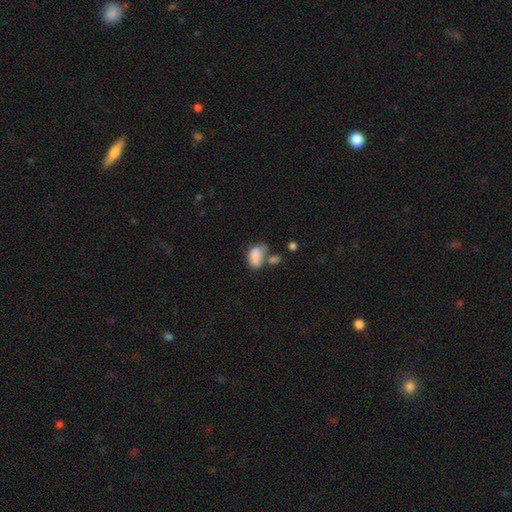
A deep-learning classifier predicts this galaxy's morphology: smooth 78%, featured or disk 13%, star or artifact 9%. Down the decision tree: how rounded — in between (89%); merging — merger (37%).